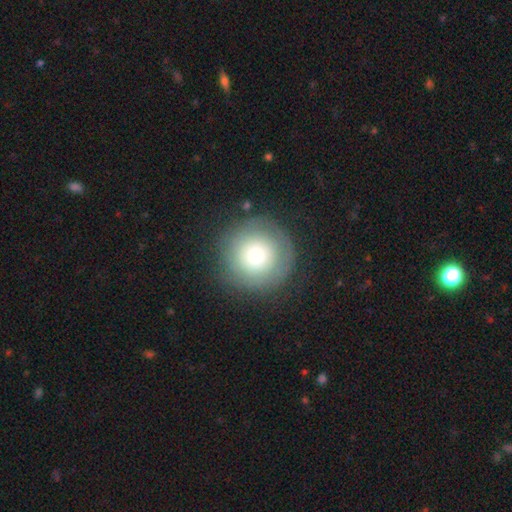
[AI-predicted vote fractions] smooth-or-featured: smooth: 67% | featured or disk: 23% | star or artifact: 10%
  how-rounded: round: 96% | in between: 3% | cigar-shaped: 1%
  merging: none: 81% | minor disturbance: 11% | major disturbance: 6% | merger: 2%